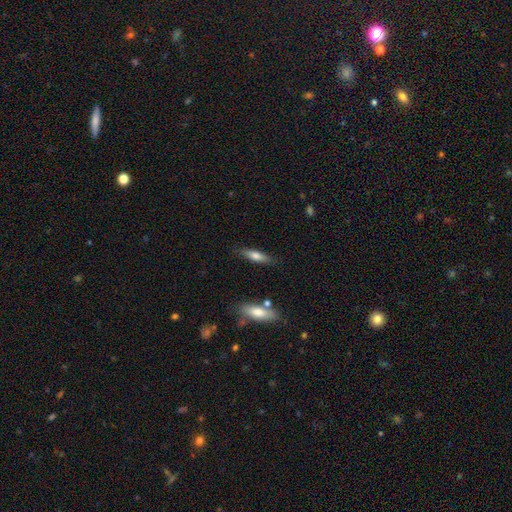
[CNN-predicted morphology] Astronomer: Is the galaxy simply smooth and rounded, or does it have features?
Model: smooth — 69%.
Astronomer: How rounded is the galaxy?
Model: cigar-shaped — 63%.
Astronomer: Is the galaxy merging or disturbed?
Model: none — 81%.